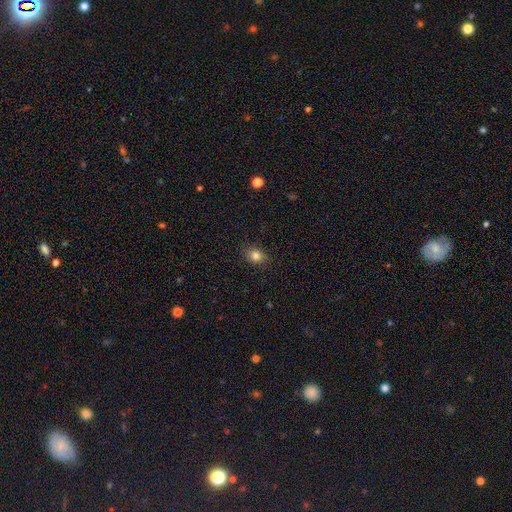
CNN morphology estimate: type=smooth (82%); roundness=round (51%); merging=none (87%).